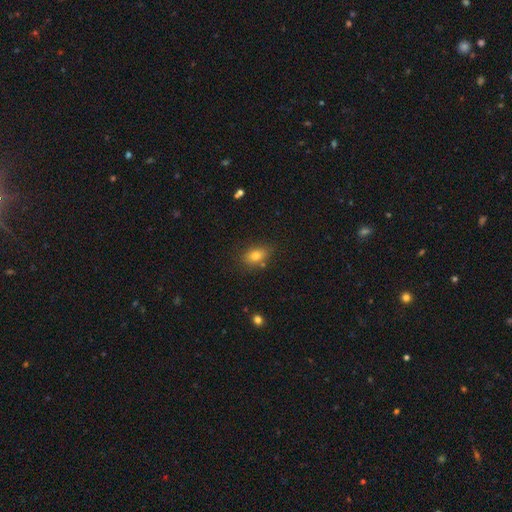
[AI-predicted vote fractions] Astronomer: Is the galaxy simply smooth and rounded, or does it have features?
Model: smooth — 77%.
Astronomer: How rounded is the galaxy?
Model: in between — 72%.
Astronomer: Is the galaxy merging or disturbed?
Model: none — 76%.